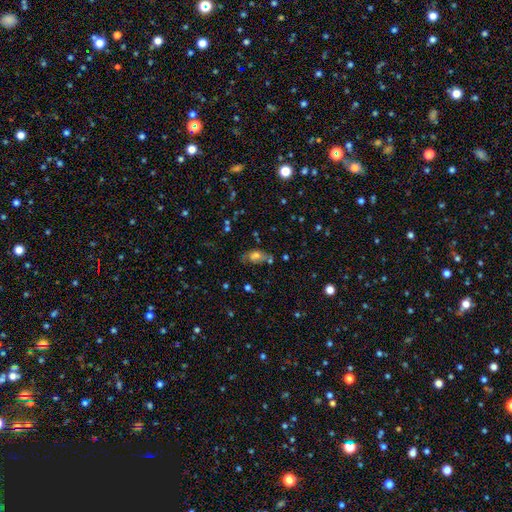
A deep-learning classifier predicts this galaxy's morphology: Smooth or featured: smooth — 51% (featured or disk — 32%)
How rounded: in between — 83% (round — 9%)
Merging: none — 49% (minor disturbance — 27%)